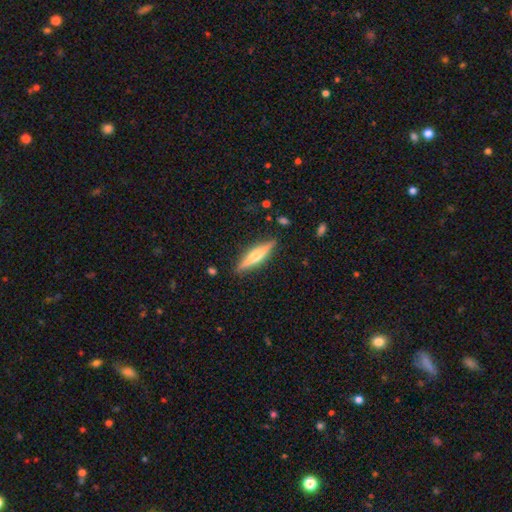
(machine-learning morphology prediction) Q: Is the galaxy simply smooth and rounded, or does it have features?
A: featured or disk — 61%.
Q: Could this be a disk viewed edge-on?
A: yes — 96%.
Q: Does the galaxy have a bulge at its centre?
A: rounded — 87%.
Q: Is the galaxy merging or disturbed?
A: none — 89%.